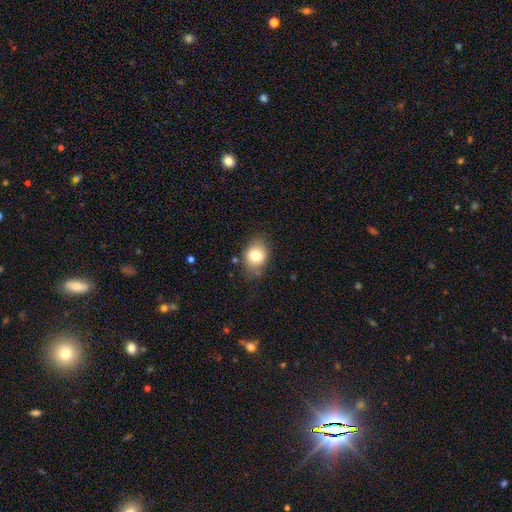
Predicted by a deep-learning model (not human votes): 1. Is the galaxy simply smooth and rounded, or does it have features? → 76% smooth, 14% featured or disk, 10% star or artifact.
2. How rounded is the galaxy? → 54% in between, 45% round, 1% cigar-shaped.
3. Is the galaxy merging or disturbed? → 73% none, 19% minor disturbance, 5% major disturbance, 3% merger.